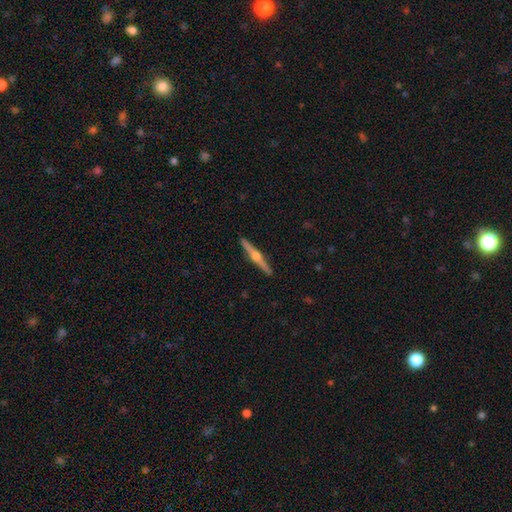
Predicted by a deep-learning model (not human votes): The model was most divided on "smooth or featured": featured or disk: 79%, smooth: 16%, star or artifact: 5%. More confident: edge-on disk — yes (98%); merging — none (92%); edge-on bulge — rounded (91%).